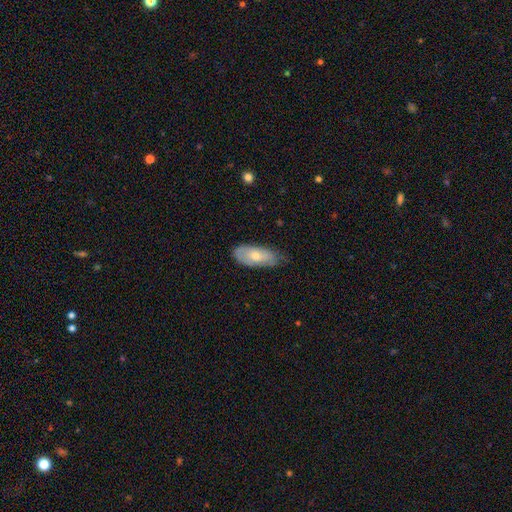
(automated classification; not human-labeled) Morphology: type=smooth (55%); roundness=in between (85%); merging=none (66%).